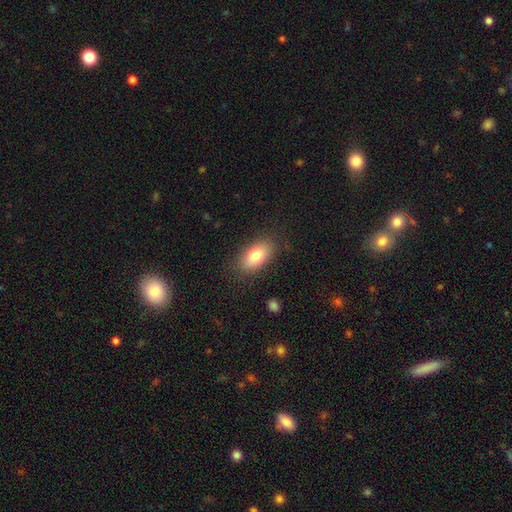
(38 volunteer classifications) smooth-or-featured: smooth: 89% | featured or disk: 8% | star or artifact: 3%
  how-rounded: in between: 85% | cigar-shaped: 9% | round: 6%
  merging: none: 78% | minor disturbance: 19% | major disturbance: 3% | merger: 0%